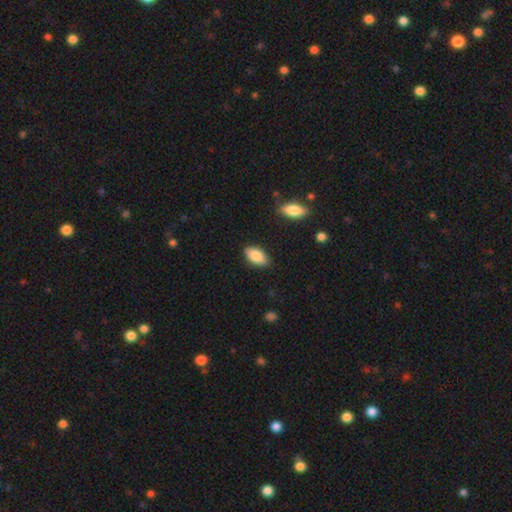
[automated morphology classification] This appears to be a smooth galaxy with no disk features (85%) that is in between round and cigar-shaped (92%). Merging: none (86%).